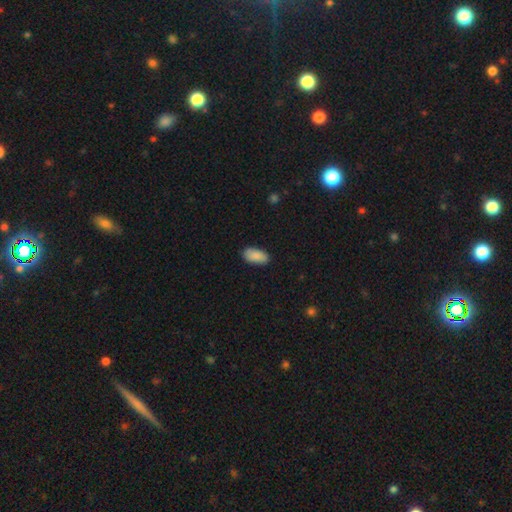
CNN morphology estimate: A smooth galaxy with no disk features (89%) that is in between round and cigar-shaped (92%). Merging: none (85%).